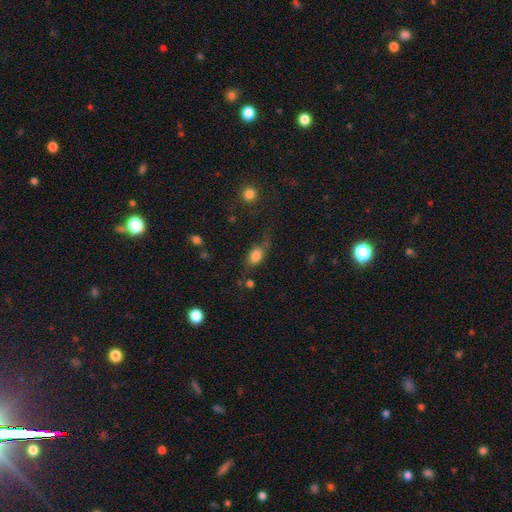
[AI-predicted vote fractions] Smooth or featured: smooth — 79% (featured or disk — 11%)
How rounded: in between — 79% (round — 16%)
Merging: none — 48% (minor disturbance — 27%)